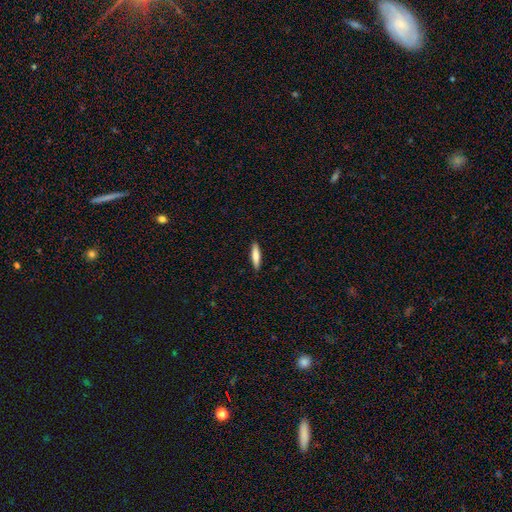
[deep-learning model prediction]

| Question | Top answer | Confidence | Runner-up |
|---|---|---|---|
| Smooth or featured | smooth | 76% | featured or disk (19%) |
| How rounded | cigar-shaped | 78% | in between (21%) |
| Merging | none | 90% | minor disturbance (7%) |